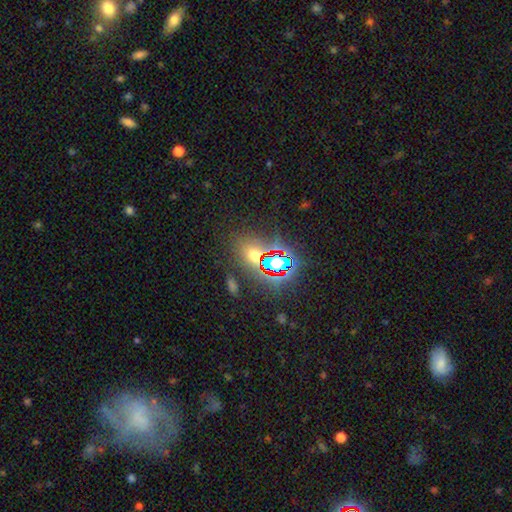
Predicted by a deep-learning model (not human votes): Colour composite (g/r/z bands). It shows a star or artifact, not a galaxy (71%).